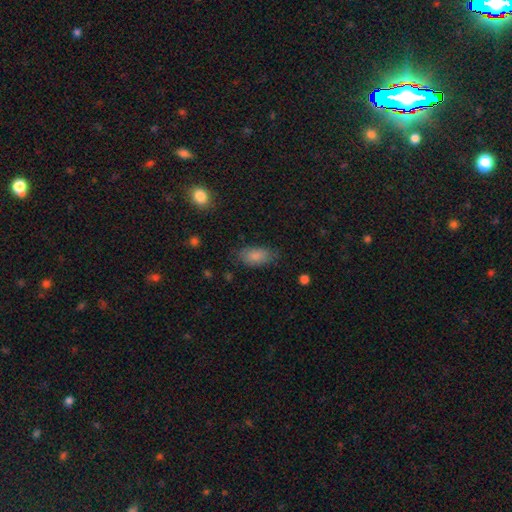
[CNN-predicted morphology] Smooth or featured? Predicted: smooth (p=0.85). How rounded? Predicted: in between (p=0.92). Merging? Predicted: none (p=0.75).